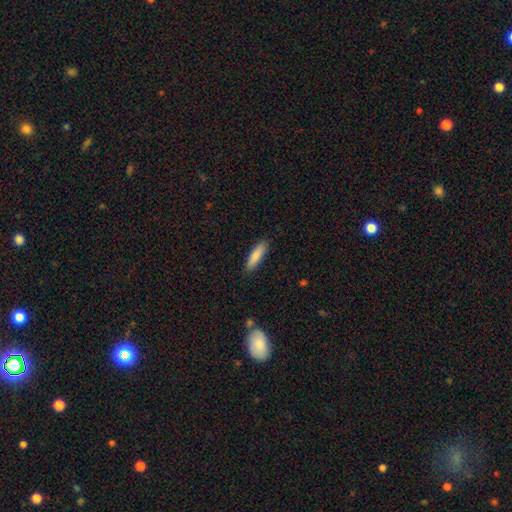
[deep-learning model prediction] Smooth or featured? Predicted: smooth (p=0.85). How rounded? Predicted: cigar-shaped (p=0.69). Merging? Predicted: none (p=0.88).